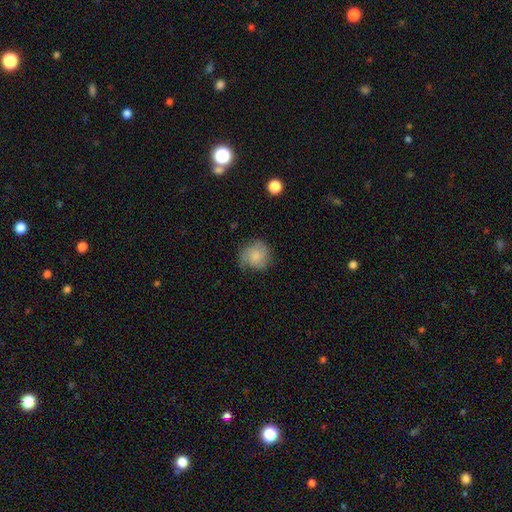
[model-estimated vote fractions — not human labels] Morphology: type=smooth (68%); roundness=round (84%); merging=none (61%).